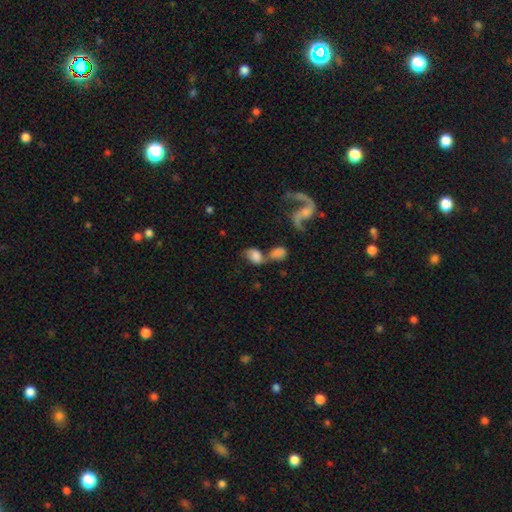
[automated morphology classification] This appears to be a smooth galaxy with no disk features (62%) that is in between round and cigar-shaped (82%). Merging: merger (54%).